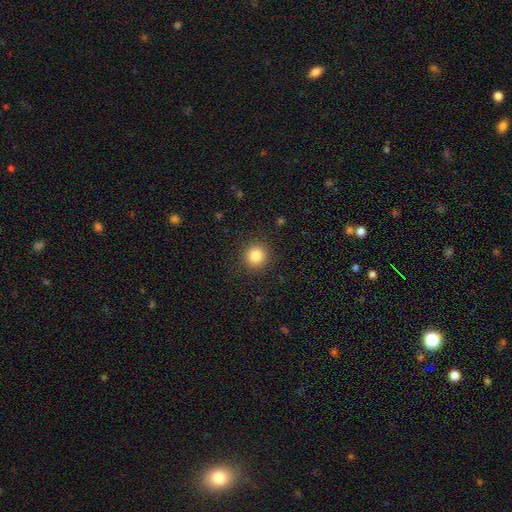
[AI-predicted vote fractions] A smooth galaxy with no disk features (84%) that is round (93%). Merging: none (91%).